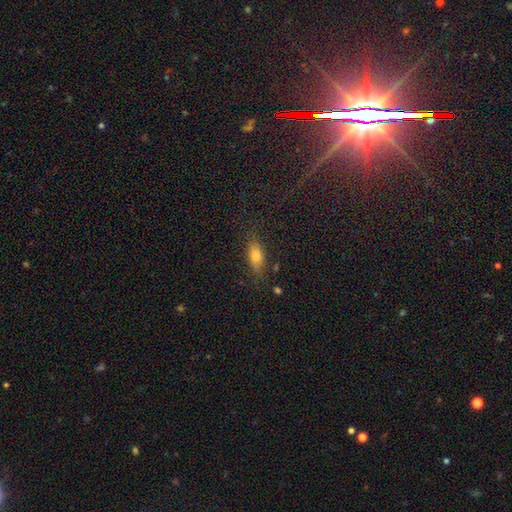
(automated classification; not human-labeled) Overall: smooth (69%). How rounded: in between (70%). Merging: none (78%).